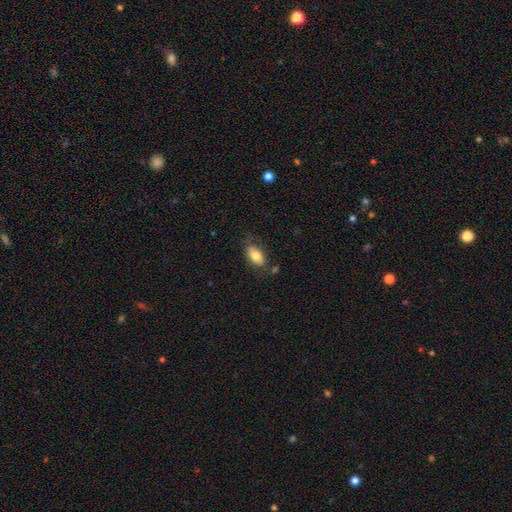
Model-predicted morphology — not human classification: smooth-or-featured: smooth: 75% | featured or disk: 18% | star or artifact: 7%
  how-rounded: in between: 91% | cigar-shaped: 4% | round: 4%
  merging: none: 71% | minor disturbance: 19% | major disturbance: 6% | merger: 4%